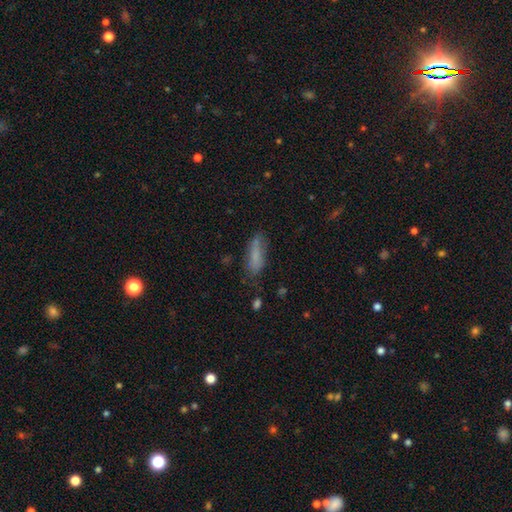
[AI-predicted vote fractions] smooth_or_featured: smooth (p=0.73) [alt: featured or disk p=0.17]
how_rounded: cigar-shaped (p=0.51) [alt: in between p=0.47]
merging: none (p=0.64) [alt: minor disturbance p=0.24]